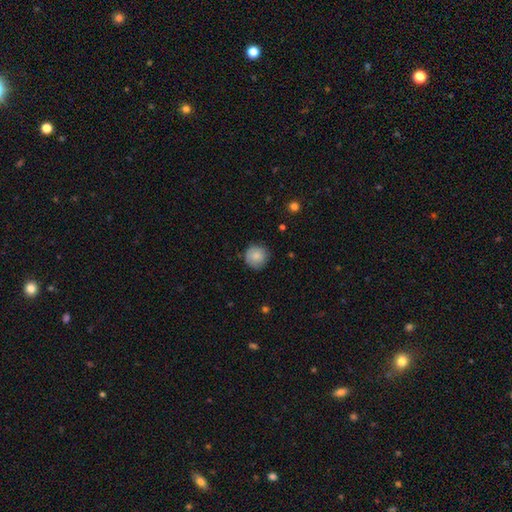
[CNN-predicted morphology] Smooth or featured?
  - smooth: 83% *
  - featured or disk: 10%
  - star or artifact: 8%
How rounded?
  - round: 94% *
  - in between: 5%
  - cigar-shaped: 1%
Merging?
  - none: 83% *
  - minor disturbance: 14%
  - major disturbance: 3%
  - merger: 1%